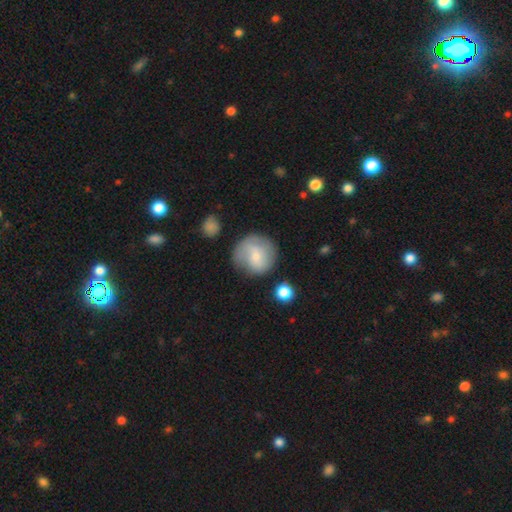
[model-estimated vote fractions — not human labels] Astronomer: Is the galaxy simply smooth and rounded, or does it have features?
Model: smooth — 61%.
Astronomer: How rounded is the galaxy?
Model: round — 90%.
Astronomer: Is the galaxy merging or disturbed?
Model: none — 64%.